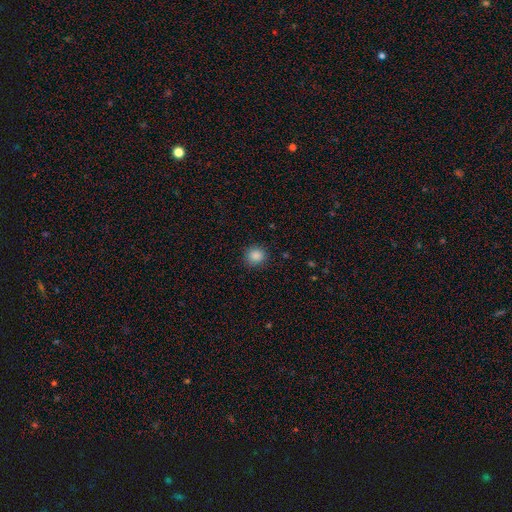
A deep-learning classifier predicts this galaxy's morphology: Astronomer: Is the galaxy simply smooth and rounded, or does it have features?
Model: smooth — 87%.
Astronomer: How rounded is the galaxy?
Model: round — 90%.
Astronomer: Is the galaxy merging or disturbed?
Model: none — 89%.